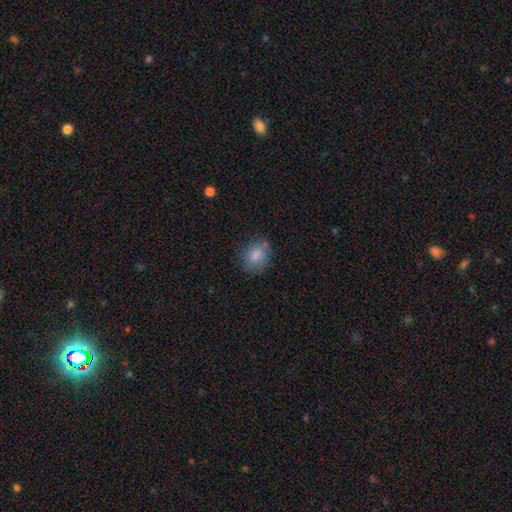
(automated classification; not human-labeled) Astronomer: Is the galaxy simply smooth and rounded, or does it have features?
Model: smooth — 80%.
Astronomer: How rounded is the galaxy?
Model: round — 53% (runner-up: in between, 46%).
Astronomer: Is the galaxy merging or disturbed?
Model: none — 74%.